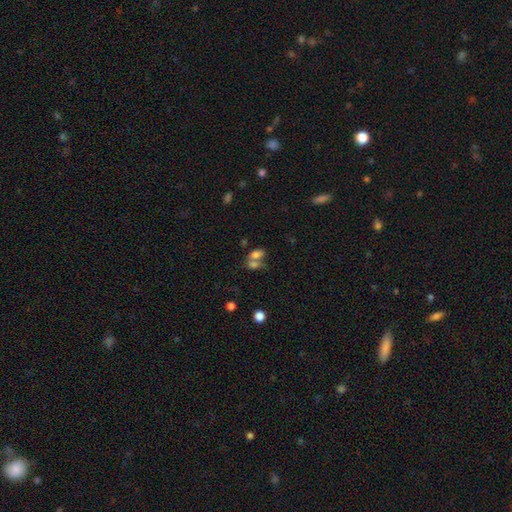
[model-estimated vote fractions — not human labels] This is likely a smooth galaxy (72%). How rounded: clearly in between (84%). Merging: possibly merger (59%).